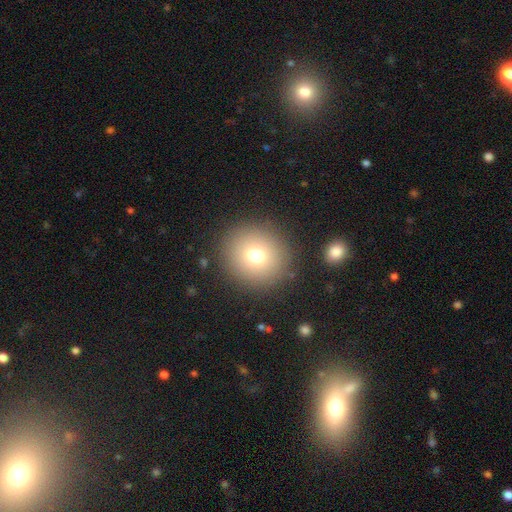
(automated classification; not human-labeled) Smooth or featured: smooth — 74% (star or artifact — 14%)
How rounded: round — 89% (in between — 10%)
Merging: none — 88% (minor disturbance — 7%)